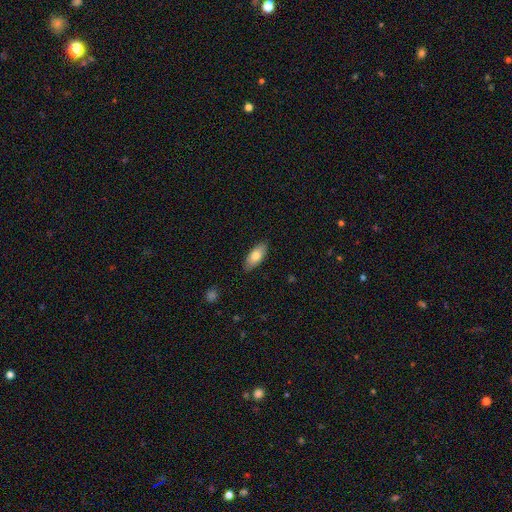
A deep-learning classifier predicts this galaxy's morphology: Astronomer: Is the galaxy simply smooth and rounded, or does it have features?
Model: smooth — 77%.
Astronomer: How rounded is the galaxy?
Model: in between — 86%.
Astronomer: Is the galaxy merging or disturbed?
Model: none — 87%.